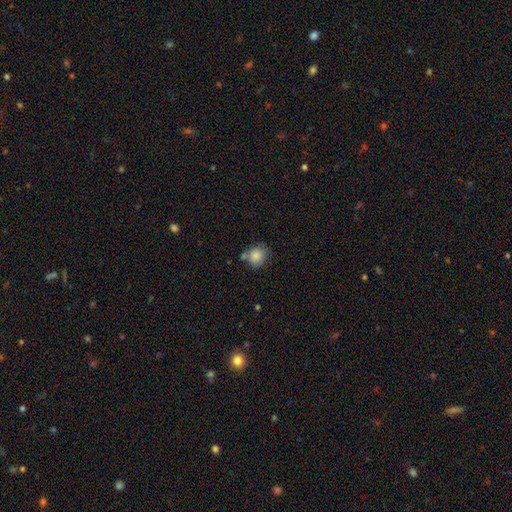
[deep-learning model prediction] Morphology: type=smooth (85%); roundness=round (77%); merging=none (63%).